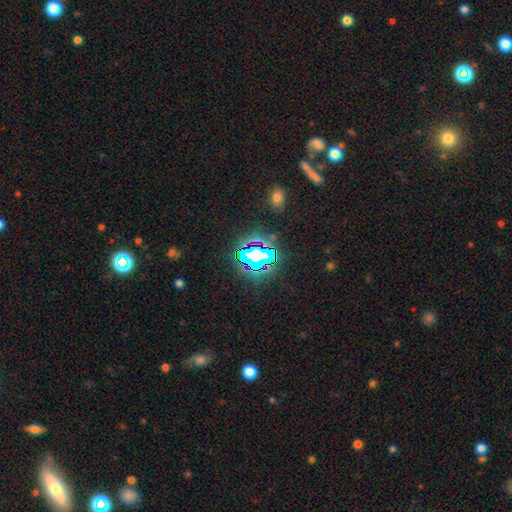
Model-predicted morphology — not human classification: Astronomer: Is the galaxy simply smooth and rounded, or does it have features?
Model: star or artifact — 72%.